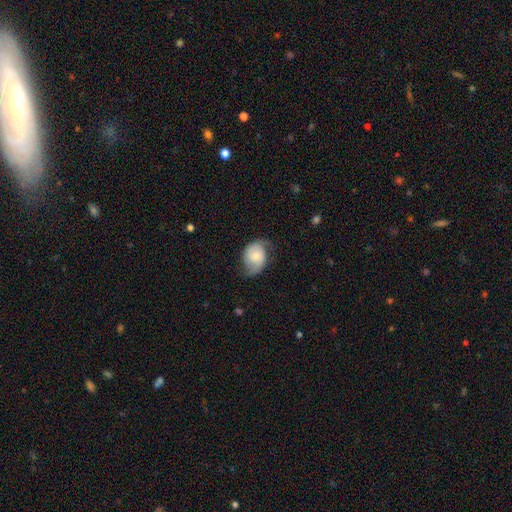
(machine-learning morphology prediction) type=featured or disk (62%); edge-on=no (97%); bar=no (66%); spiral arms=yes (89%); winding=medium (42%); arm count=2 (84%); bulge=small (48%); merging=none (61%).